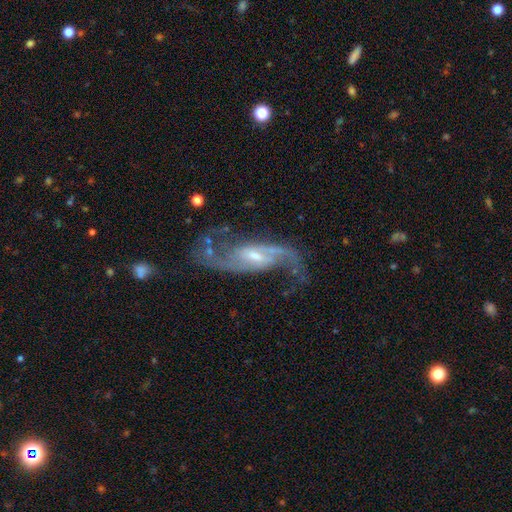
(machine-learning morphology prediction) Q: Smooth or featured?
A: featured or disk (91%); runner-up: star or artifact (5%)
Q: Edge-on disk?
A: no (95%); runner-up: yes (5%)
Q: Bar?
A: weak (52%); runner-up: strong (25%)
Q: Spiral arms?
A: yes (97%); runner-up: no (3%)
Q: Spiral winding?
A: loose (56%); runner-up: medium (36%)
Q: Spiral arm count?
A: 2 (92%); runner-up: can't tell (2%)
Q: Bulge size?
A: small (52%); runner-up: moderate (40%)
Q: Merging?
A: none (69%); runner-up: minor disturbance (16%)